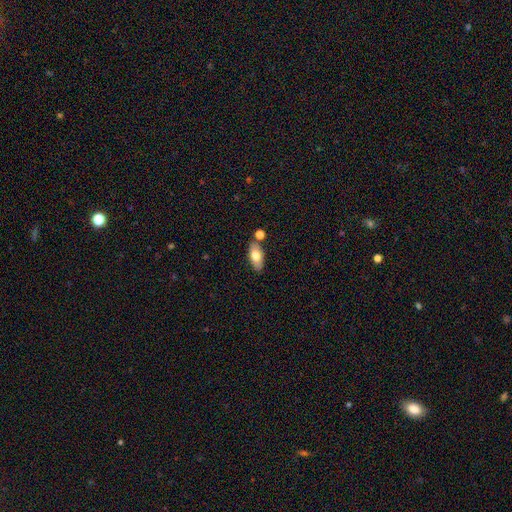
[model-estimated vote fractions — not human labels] Smooth or featured?
  - smooth: 72% *
  - featured or disk: 21%
  - star or artifact: 7%
How rounded?
  - in between: 89% *
  - cigar-shaped: 7%
  - round: 4%
Merging?
  - none: 74% *
  - minor disturbance: 12%
  - merger: 11%
  - major disturbance: 3%